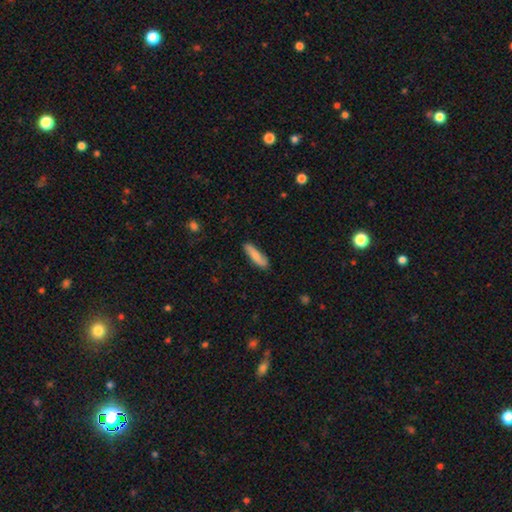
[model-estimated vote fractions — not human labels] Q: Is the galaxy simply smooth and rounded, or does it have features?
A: smooth — 77%.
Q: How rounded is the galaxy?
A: cigar-shaped — 70%.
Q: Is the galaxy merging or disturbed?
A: none — 83%.